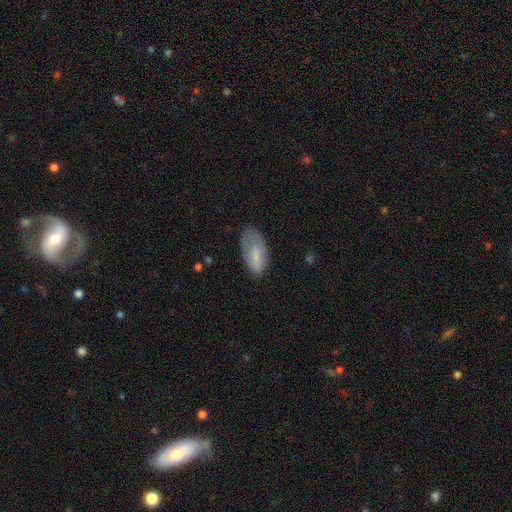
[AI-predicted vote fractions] This is likely a smooth galaxy (75%). How rounded: clearly in between (89%). Merging: possibly none (55%).